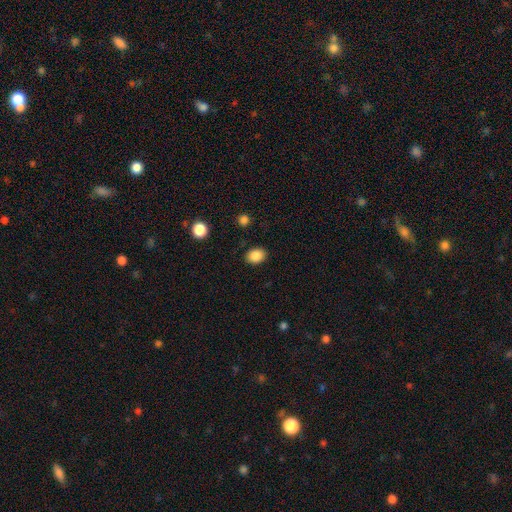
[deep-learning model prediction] Overall: smooth (87%). How rounded: in between (62%; round 37%). Merging: none (87%).